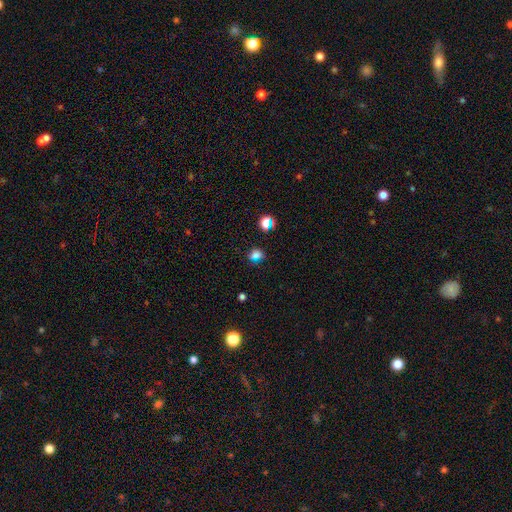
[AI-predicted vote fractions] This appears to be a smooth galaxy with no disk features (66%) that is round (50%). Merging: none (67%).